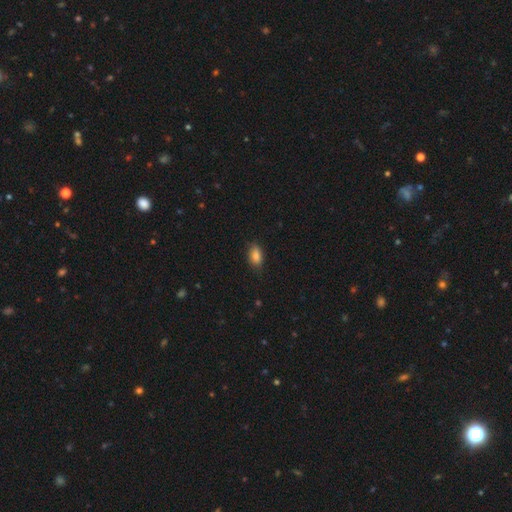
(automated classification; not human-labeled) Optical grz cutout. It shows a smooth galaxy with no disk features (85%) that is in between round and cigar-shaped (89%). Merging: none (81%).